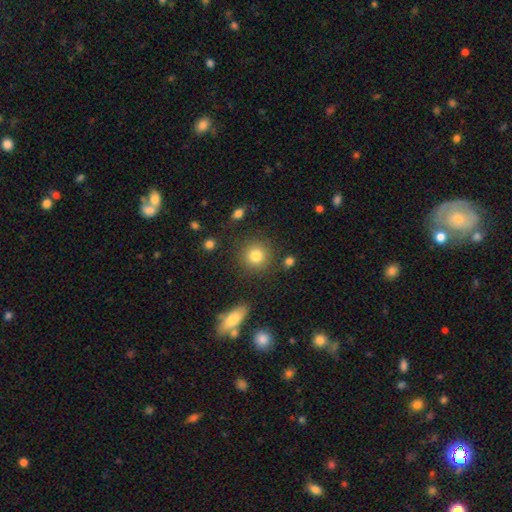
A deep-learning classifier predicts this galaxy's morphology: Q: Smooth or featured?
A: smooth (82%); runner-up: star or artifact (11%)
Q: How rounded?
A: round (91%); runner-up: in between (8%)
Q: Merging?
A: none (86%); runner-up: minor disturbance (8%)